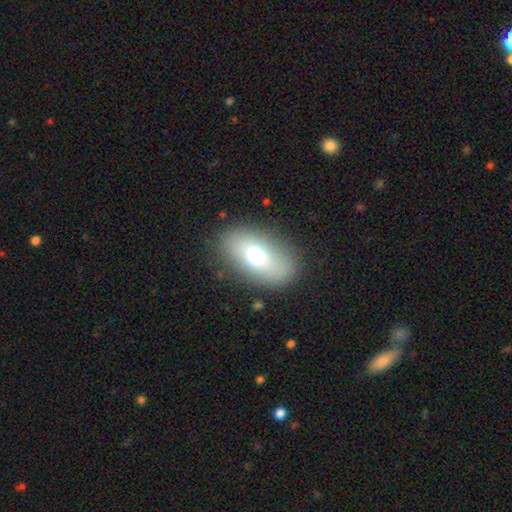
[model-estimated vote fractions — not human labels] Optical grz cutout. It shows a smooth galaxy with no disk features (72%) that is in between round and cigar-shaped (91%). Merging: none (83%).